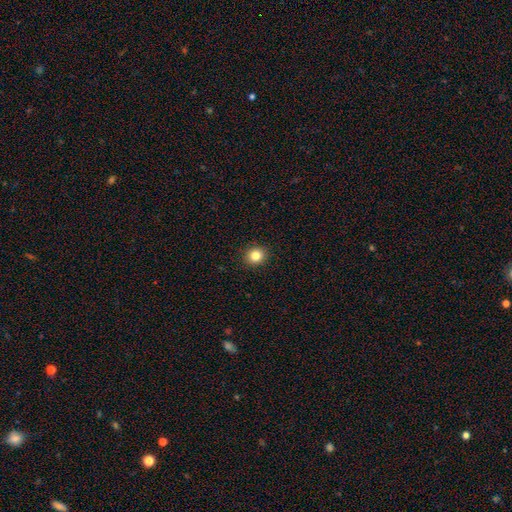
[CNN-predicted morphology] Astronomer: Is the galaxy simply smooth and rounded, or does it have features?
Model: smooth — 83%.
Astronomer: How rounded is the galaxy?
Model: round — 83%.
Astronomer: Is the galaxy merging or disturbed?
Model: none — 92%.